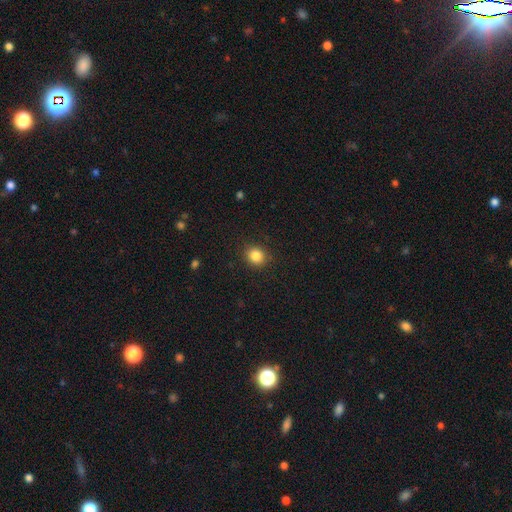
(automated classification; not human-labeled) Smooth or featured? Predicted: smooth (p=0.85). How rounded? Predicted: round (p=0.80). Merging? Predicted: none (p=0.90).